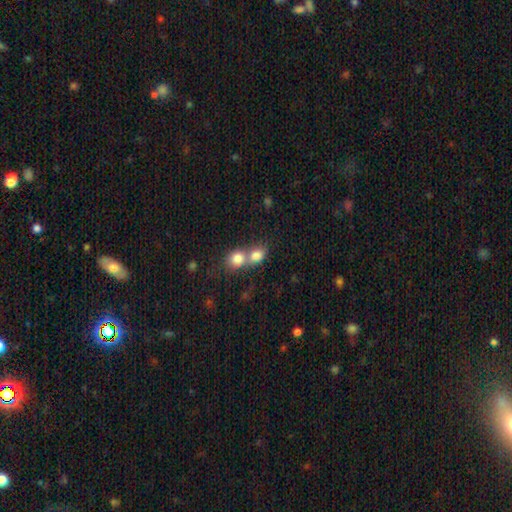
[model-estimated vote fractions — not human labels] Smooth or featured? Predicted: smooth (p=0.79). How rounded? Predicted: round (p=0.49, tied with in between). Merging? Predicted: merger (p=0.69).